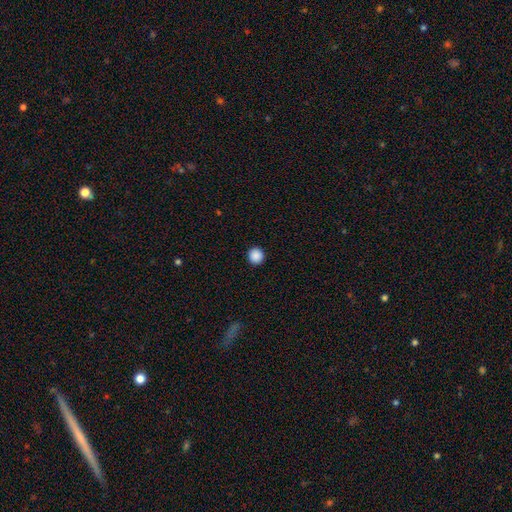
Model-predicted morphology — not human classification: Smooth or featured: smooth — 89% (star or artifact — 9%)
How rounded: round — 95% (in between — 4%)
Merging: none — 94% (minor disturbance — 4%)